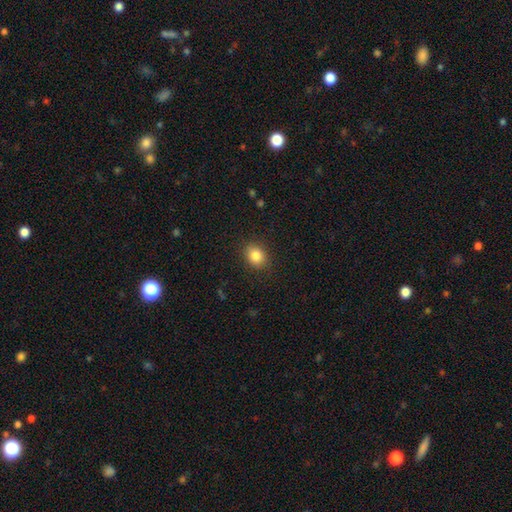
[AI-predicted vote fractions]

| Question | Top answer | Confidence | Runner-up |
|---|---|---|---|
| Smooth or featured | smooth | 84% | star or artifact (10%) |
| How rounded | round | 51% | in between (48%) |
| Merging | none | 87% | minor disturbance (10%) |